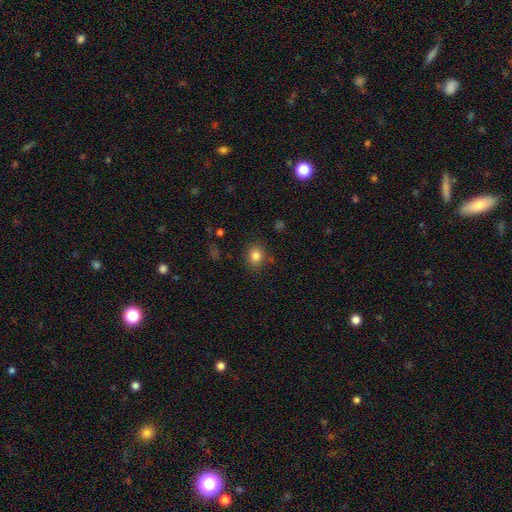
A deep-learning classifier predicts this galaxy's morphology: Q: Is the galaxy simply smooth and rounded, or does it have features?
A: smooth — 82%.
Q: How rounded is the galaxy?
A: round — 68%.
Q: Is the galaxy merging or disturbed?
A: none — 83%.